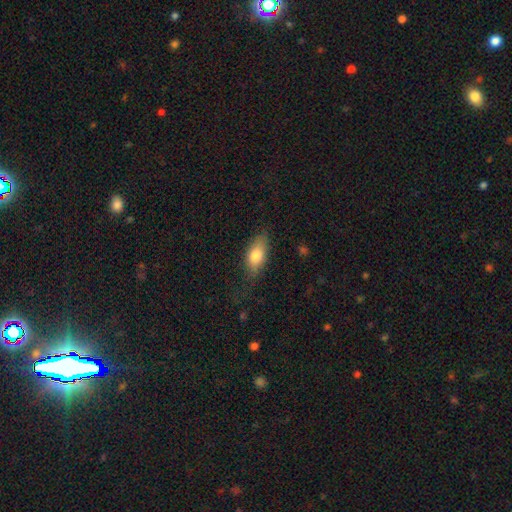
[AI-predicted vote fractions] Smooth or featured? smooth (77%)
How rounded? in between (84%)
Merging? none (72%)